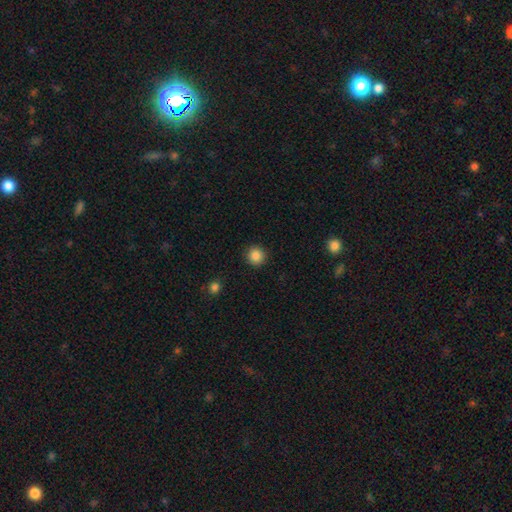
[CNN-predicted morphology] A smooth galaxy with no disk features (87%) that is round (95%). Merging: none (92%).